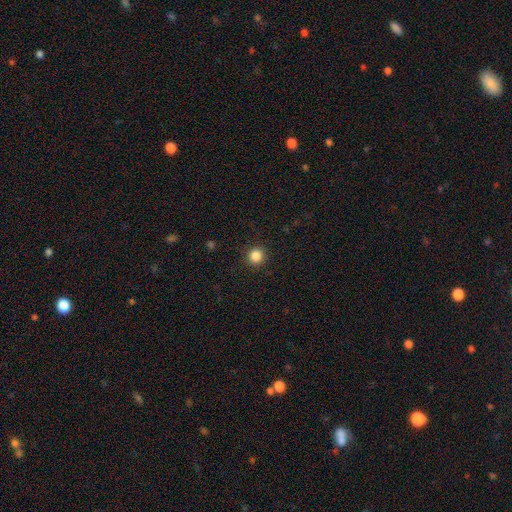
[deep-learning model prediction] A smooth galaxy with no disk features (85%) that is round (93%). Merging: none (92%).